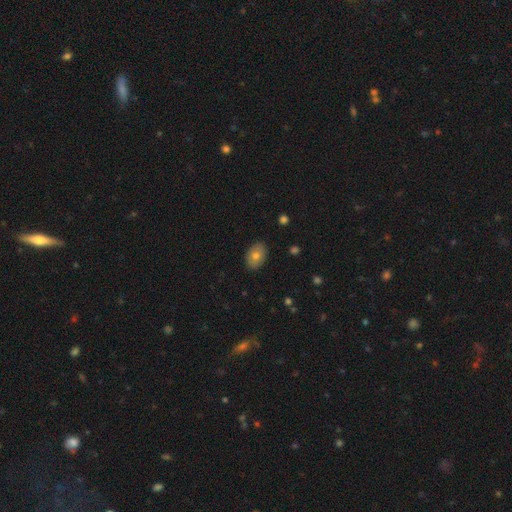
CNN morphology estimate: A smooth galaxy with no disk features (76%) that is in between round and cigar-shaped (85%). Merging: none (88%).